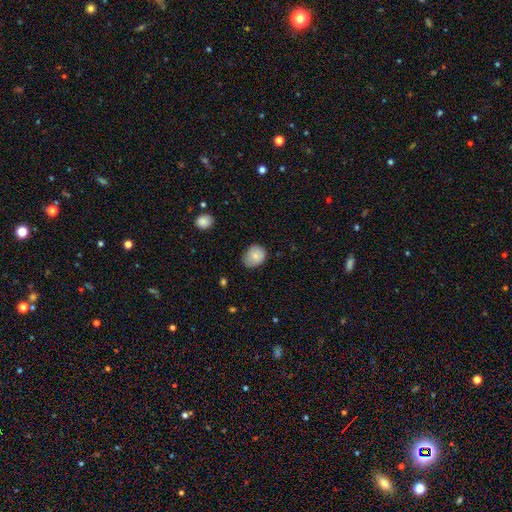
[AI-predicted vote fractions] Smooth or featured: smooth — 82% (featured or disk — 10%)
How rounded: round — 62% (in between — 37%)
Merging: none — 65% (minor disturbance — 29%)